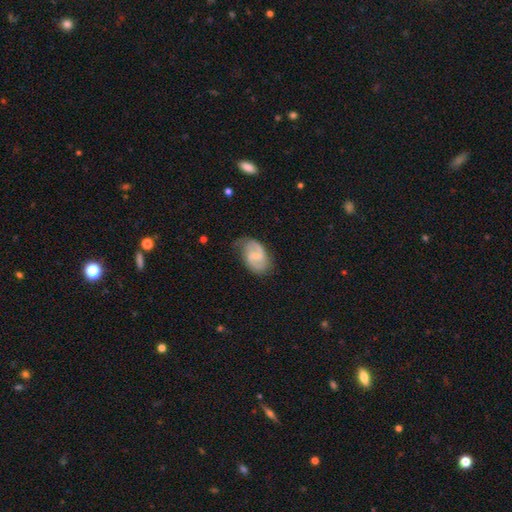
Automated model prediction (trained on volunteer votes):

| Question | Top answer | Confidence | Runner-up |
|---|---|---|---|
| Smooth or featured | featured or disk | 72% | smooth (21%) |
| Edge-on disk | no | 98% | yes (2%) |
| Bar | weak | 57% | no (25%) |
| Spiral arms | yes | 93% | no (7%) |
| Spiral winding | medium | 50% | loose (29%) |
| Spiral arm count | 2 | 87% | can't tell (6%) |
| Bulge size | small | 49% | none (28%) |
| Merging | none | 66% | minor disturbance (24%) |